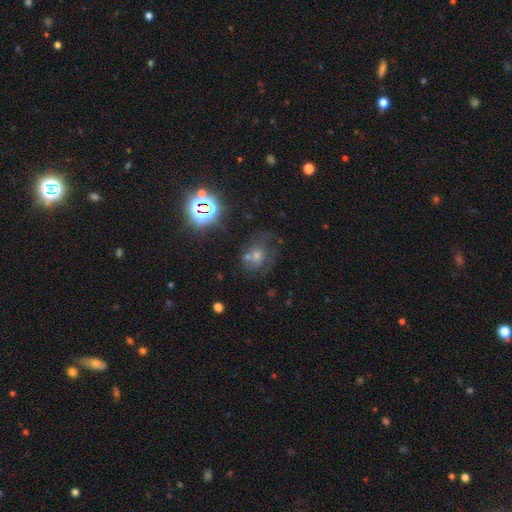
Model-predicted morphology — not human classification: Smooth or featured? Predicted: smooth (p=0.42). Merging? Predicted: none (p=0.46).